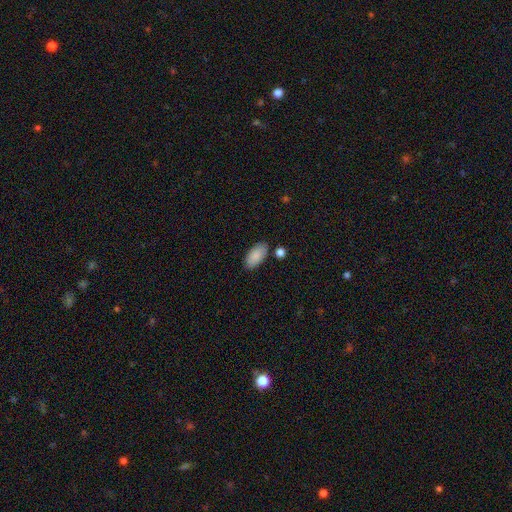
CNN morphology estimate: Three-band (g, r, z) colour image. It shows a smooth galaxy with no disk features (87%) that is in between round and cigar-shaped (94%). Merging: none (80%).